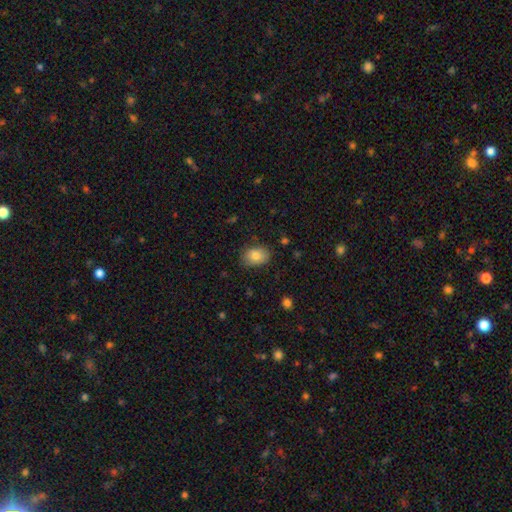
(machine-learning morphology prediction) Smooth or featured? Predicted: smooth (p=0.83). How rounded? Predicted: in between (p=0.77). Merging? Predicted: none (p=0.79).